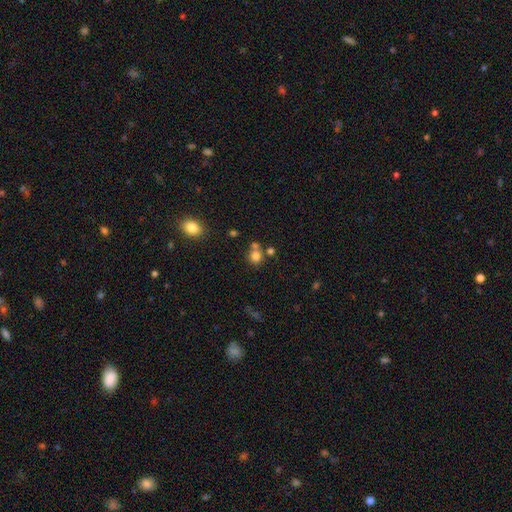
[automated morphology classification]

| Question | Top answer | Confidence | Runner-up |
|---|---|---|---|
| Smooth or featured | smooth | 78% | star or artifact (13%) |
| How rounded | round | 86% | in between (13%) |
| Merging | none | 58% | merger (28%) |